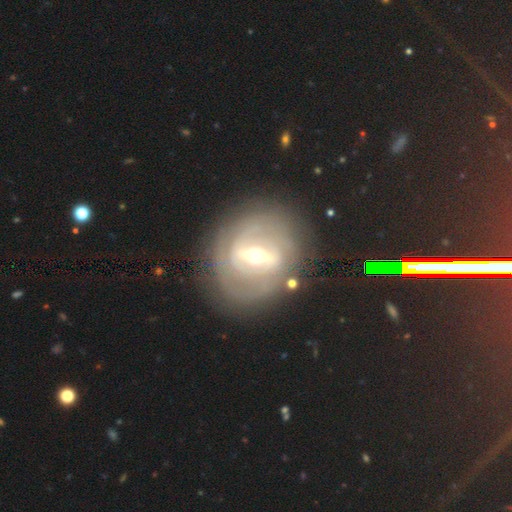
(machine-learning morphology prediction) Smooth or featured? Predicted: featured or disk (p=0.82). Edge-on disk? Predicted: no (p=0.91). Bar? Predicted: strong (p=0.66). Spiral arms? Predicted: yes (p=0.75). Spiral winding? Predicted: tight (p=0.65). Spiral arm count? Predicted: can't tell (p=0.38). Bulge size? Predicted: moderate (p=0.55). Merging? Predicted: none (p=0.80).